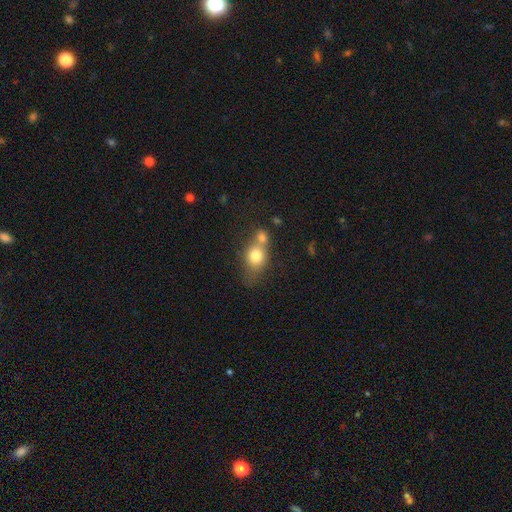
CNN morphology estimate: Smooth or featured? smooth (75%)
How rounded? round (52%)
Merging? merger (50%)